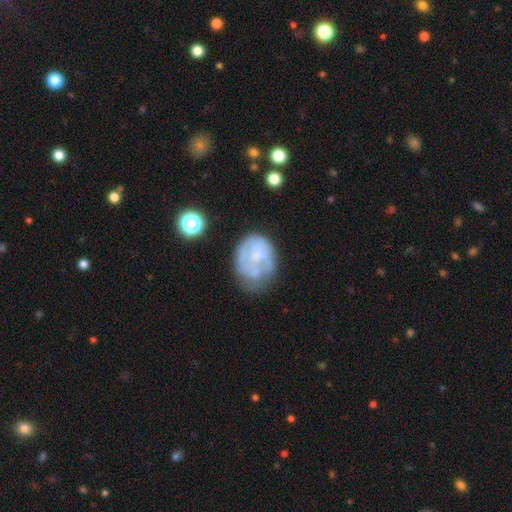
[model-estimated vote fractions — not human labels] Smooth or featured? Predicted: featured or disk (p=0.59). Edge-on disk? Predicted: no (p=0.98). Bar? Predicted: no (p=0.80). Spiral arms? Predicted: yes (p=0.52). Bulge size? Predicted: small (p=0.48). Merging? Predicted: none (p=0.48).